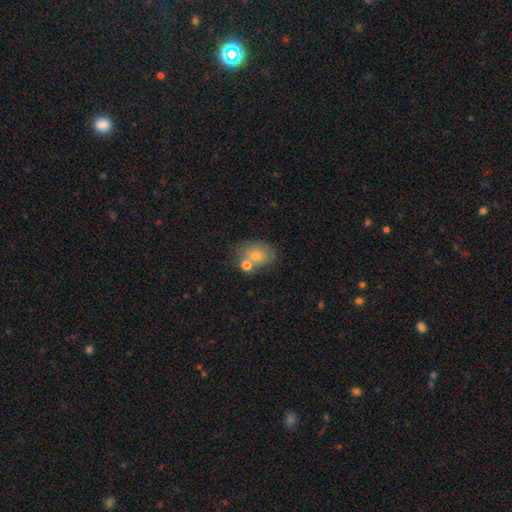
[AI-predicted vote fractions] A smooth galaxy with no disk features (68%) that is in between round and cigar-shaped (64%).

Vote fractions:
- Smooth or featured? smooth: 68% / featured or disk: 21% / star or artifact: 11%
- How rounded? in between: 64% / round: 34% / cigar-shaped: 1%
- Merging? none: 54% / merger: 26% / minor disturbance: 15% / major disturbance: 5%